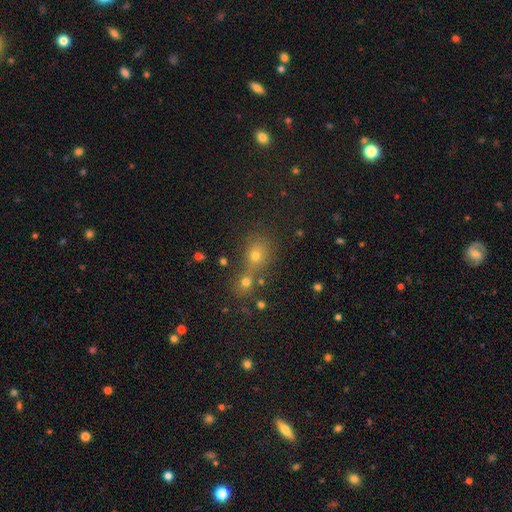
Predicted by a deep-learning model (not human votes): Smooth or featured?
  - smooth: 61% *
  - star or artifact: 27%
  - featured or disk: 12%
How rounded?
  - round: 70% *
  - in between: 28%
  - cigar-shaped: 2%
Merging?
  - none: 45% *
  - merger: 43%
  - minor disturbance: 8%
  - major disturbance: 4%